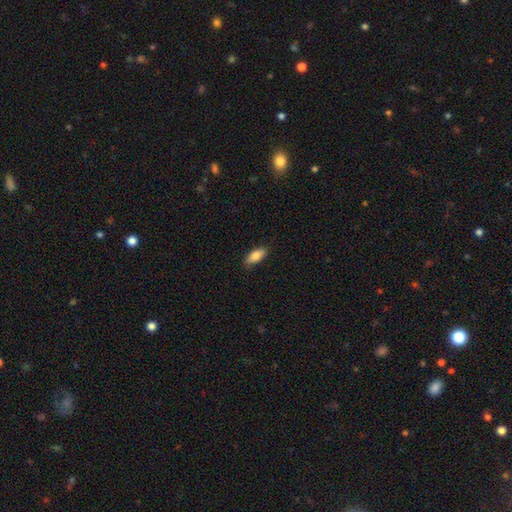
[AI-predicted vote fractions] A smooth galaxy with no disk features (84%) that is in between round and cigar-shaped (85%). Merging: none (83%).